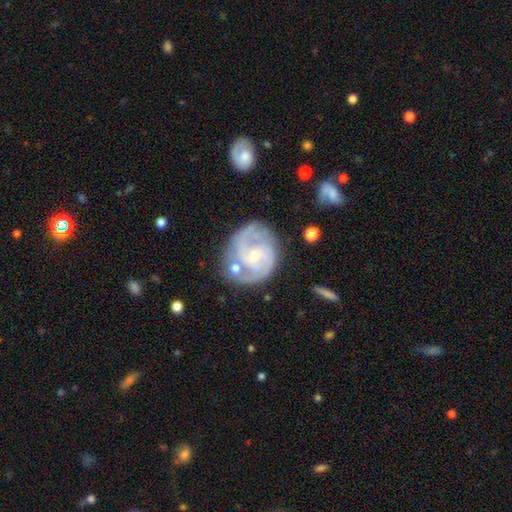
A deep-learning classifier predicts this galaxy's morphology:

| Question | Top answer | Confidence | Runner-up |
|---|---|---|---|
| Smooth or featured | featured or disk | 83% | smooth (12%) |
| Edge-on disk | no | 98% | yes (2%) |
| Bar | no | 53% | weak (39%) |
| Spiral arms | yes | 94% | no (6%) |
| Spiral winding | tight | 48% | medium (42%) |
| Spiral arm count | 2 | 51% | 3 (21%) |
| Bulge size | small | 60% | moderate (34%) |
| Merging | none | 62% | minor disturbance (19%) |